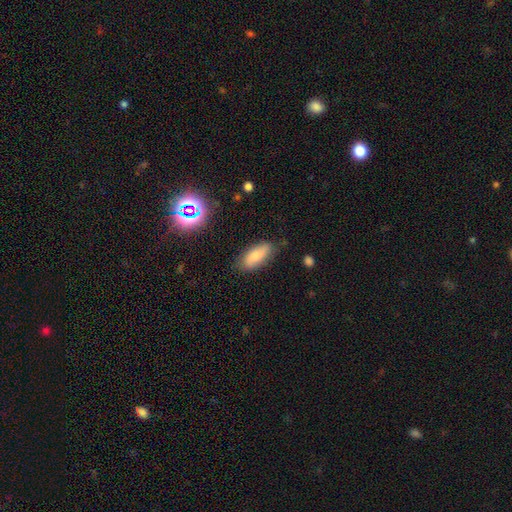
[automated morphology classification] smooth_or_featured: smooth (p=0.75) [alt: featured or disk p=0.16]
how_rounded: in between (p=0.81) [alt: cigar-shaped p=0.16]
merging: none (p=0.75) [alt: minor disturbance p=0.19]